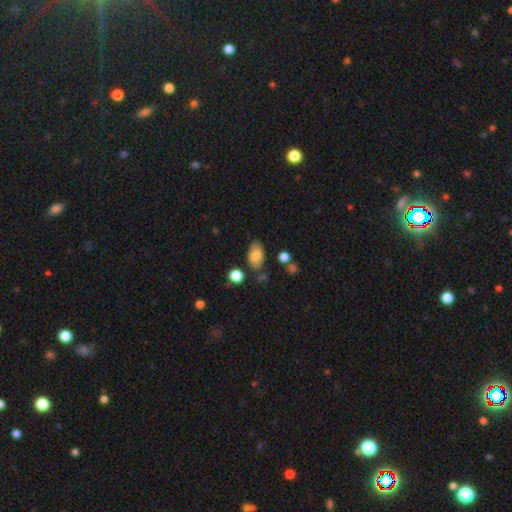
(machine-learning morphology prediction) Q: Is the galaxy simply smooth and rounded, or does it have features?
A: smooth — 81%.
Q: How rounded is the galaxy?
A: in between — 92%.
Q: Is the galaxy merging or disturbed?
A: none — 74%.